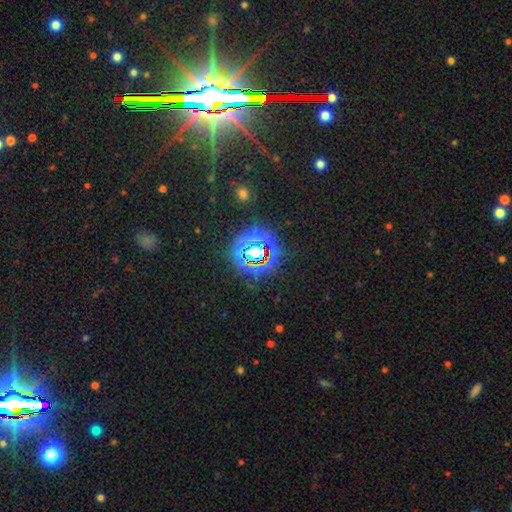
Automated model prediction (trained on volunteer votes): smooth-or-featured: star or artifact: 83% | smooth: 8% | featured or disk: 8%